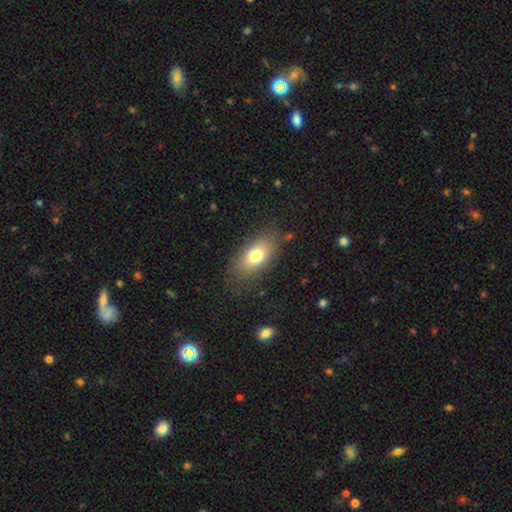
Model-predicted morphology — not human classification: Smooth or featured? smooth (76%)
How rounded? in between (87%)
Merging? none (80%)